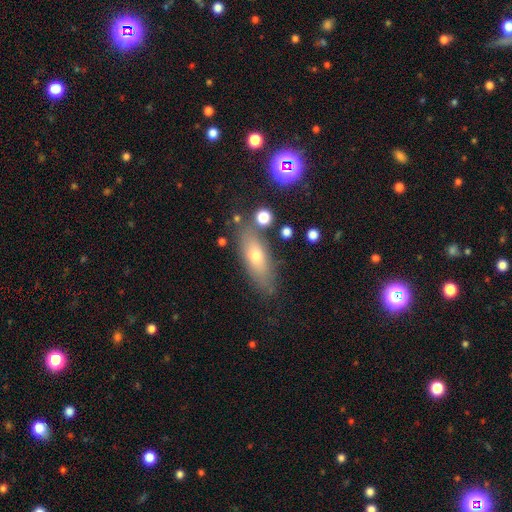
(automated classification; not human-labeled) Smooth or featured? smooth (60%)
How rounded? in between (60%)
Merging? none (75%)